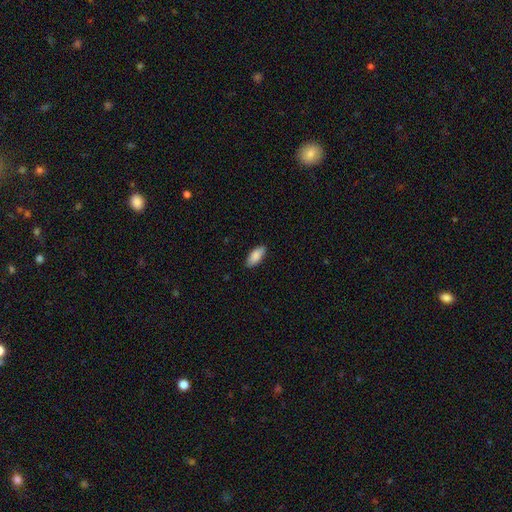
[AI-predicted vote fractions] Smooth or featured? smooth (88%)
How rounded? in between (85%)
Merging? none (88%)